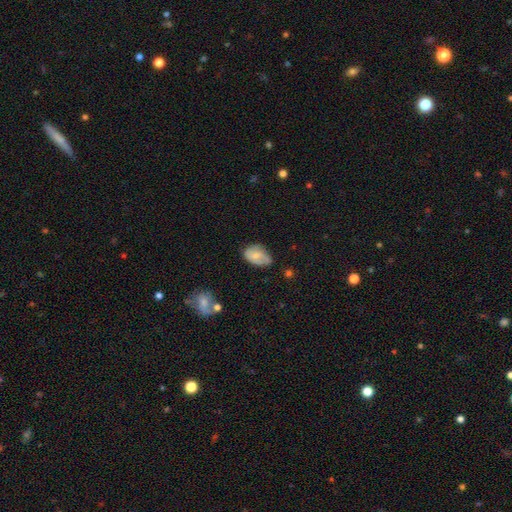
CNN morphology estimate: The model was most divided on "merging": none: 52%, minor disturbance: 37%, major disturbance: 9%, merger: 3%. More confident: how rounded — in between (89%); smooth or featured — smooth (68%).